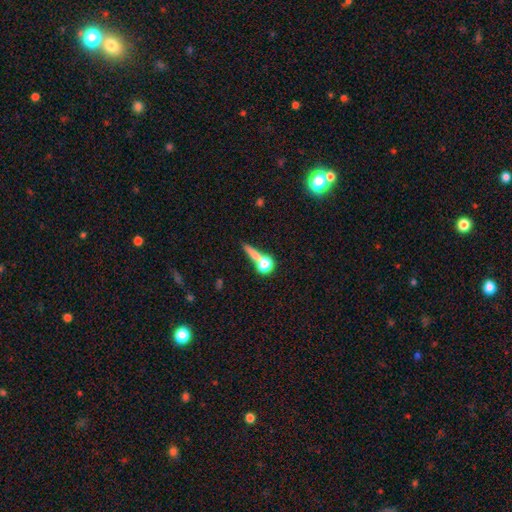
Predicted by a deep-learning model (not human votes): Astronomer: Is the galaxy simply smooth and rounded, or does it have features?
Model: smooth — 63%.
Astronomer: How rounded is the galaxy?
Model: round — 45% (runner-up: cigar-shaped, 37%).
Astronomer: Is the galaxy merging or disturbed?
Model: none — 48% (runner-up: merger, 32%).